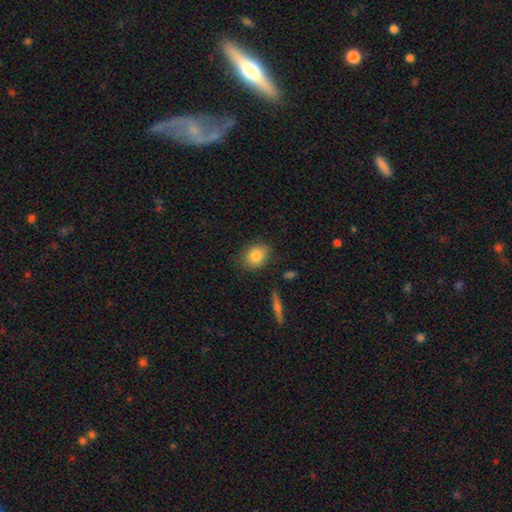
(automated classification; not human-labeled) Smooth or featured?
  - smooth: 85% *
  - star or artifact: 8%
  - featured or disk: 7%
How rounded?
  - in between: 52% *
  - round: 47%
  - cigar-shaped: 2%
Merging?
  - none: 78% *
  - minor disturbance: 15%
  - major disturbance: 4%
  - merger: 3%